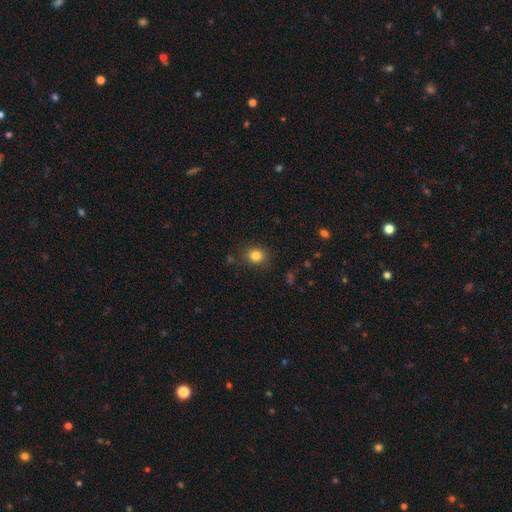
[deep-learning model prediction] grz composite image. It shows a smooth galaxy with no disk features (83%) that is round (73%). Merging: none (86%).